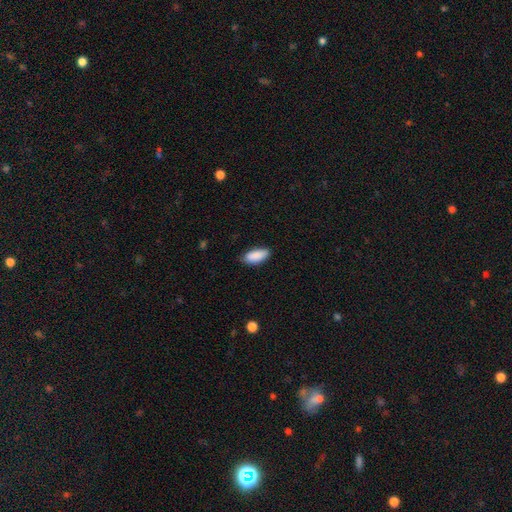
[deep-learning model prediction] This appears to be a smooth galaxy with no disk features (89%) that is in between round and cigar-shaped (86%). Merging: none (78%).